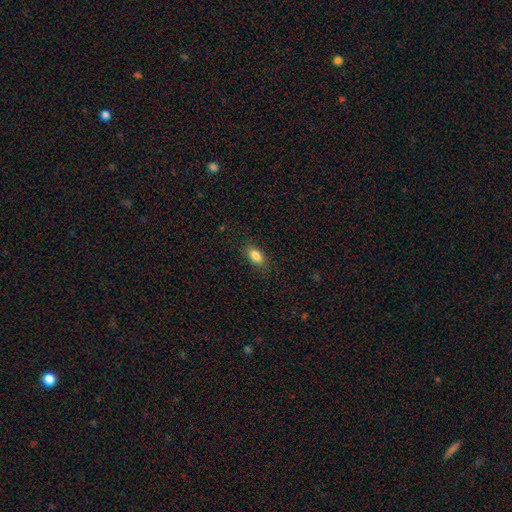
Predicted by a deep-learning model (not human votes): The model was most divided on "merging": none: 84%, minor disturbance: 12%, major disturbance: 3%, merger: 1%. More confident: how rounded — in between (87%); smooth or featured — smooth (85%).